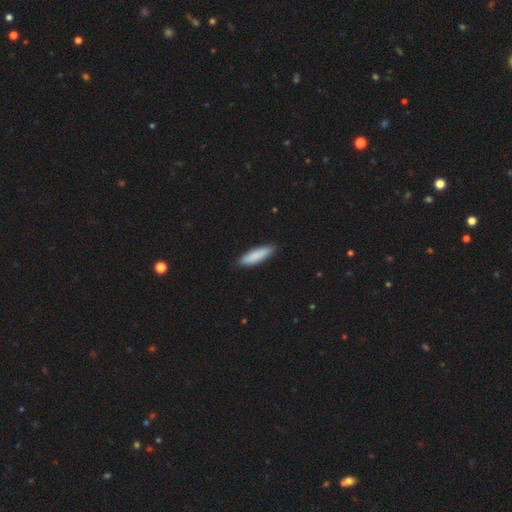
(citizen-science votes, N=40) A smooth galaxy with no disk features (82%) that is cigar-shaped (70%).

Vote fractions:
- Smooth or featured? smooth: 82% / featured or disk: 12% / star or artifact: 5%
- How rounded? cigar-shaped: 70% / in between: 30% / round: 0%
- Merging? none: 68% / minor disturbance: 26% / major disturbance: 5% / merger: 0%